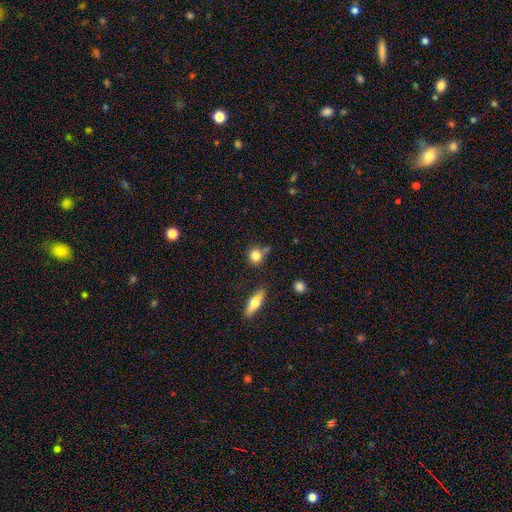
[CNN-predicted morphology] smooth 81%, star or artifact 10%, featured or disk 9%. Down the decision tree: how rounded — round (85%); merging — none (66%).